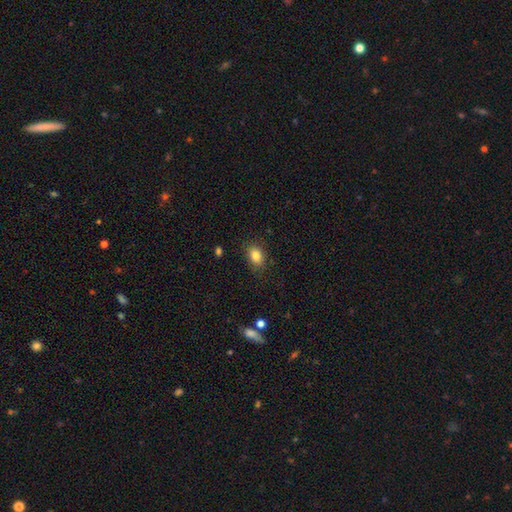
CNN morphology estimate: Overall: smooth (84%). How rounded: in between (78%). Merging: none (83%).